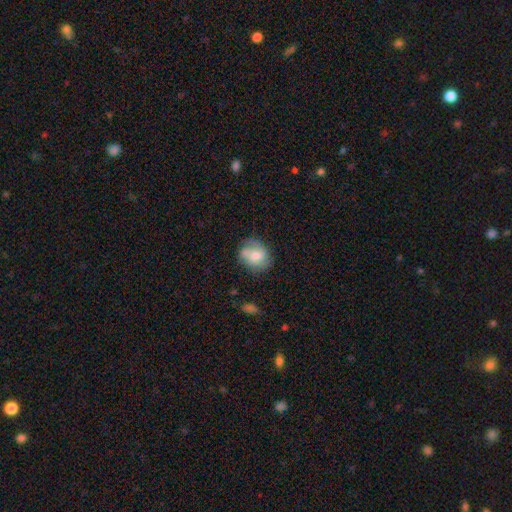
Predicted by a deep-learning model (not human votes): Smooth or featured?
  - smooth: 60% *
  - featured or disk: 32%
  - star or artifact: 8%
How rounded?
  - round: 56% *
  - in between: 43%
  - cigar-shaped: 1%
Merging?
  - none: 60% *
  - minor disturbance: 27%
  - major disturbance: 10%
  - merger: 4%